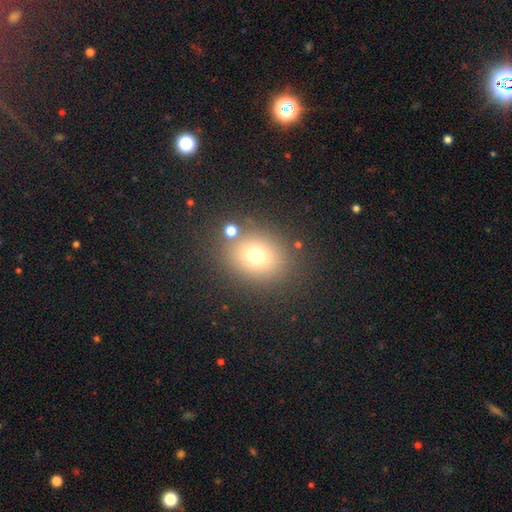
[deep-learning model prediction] Smooth or featured? smooth (70%)
How rounded? round (61%)
Merging? none (78%)